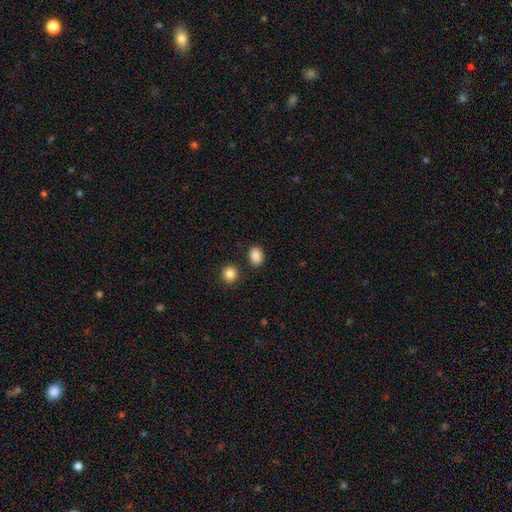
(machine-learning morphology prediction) This appears to be a smooth galaxy with no disk features (88%) that is in between round and cigar-shaped (54%). Merging: none (84%).